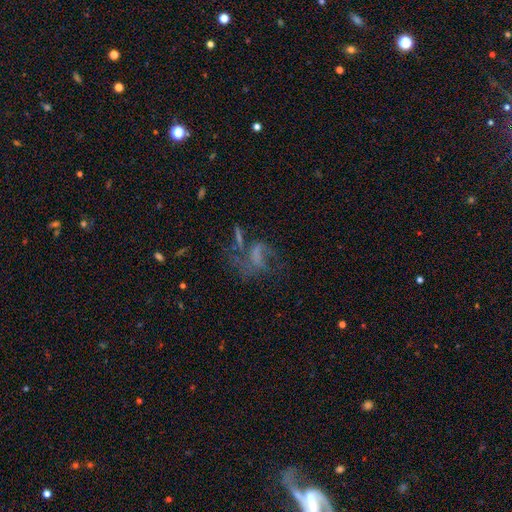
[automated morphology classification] Smooth or featured? Predicted: featured or disk (p=0.53). Edge-on disk? Predicted: no (p=0.96). Bar? Predicted: no (p=0.62). Spiral arms? Predicted: no (p=0.55). Bulge size? Predicted: none (p=0.71). Merging? Predicted: major disturbance (p=0.43).